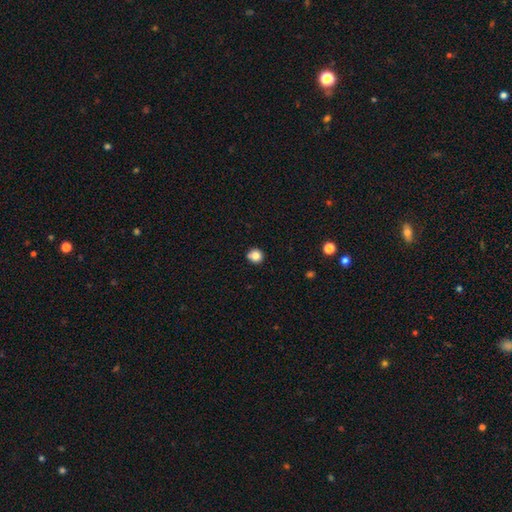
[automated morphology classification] The model was most divided on "merging": none: 81%, minor disturbance: 12%, merger: 5%, major disturbance: 2%. More confident: how rounded — round (91%); smooth or featured — smooth (82%).